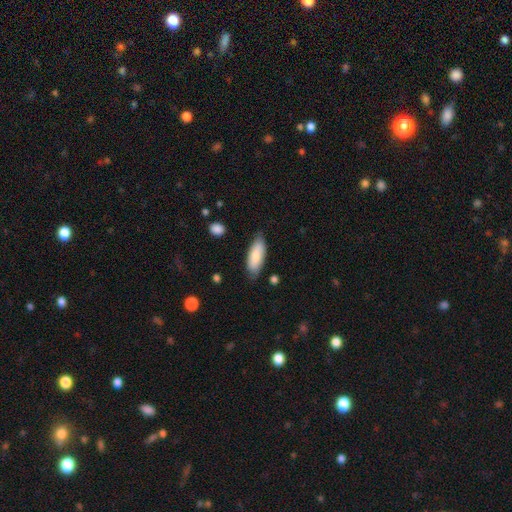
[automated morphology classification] Overall: smooth (82%). How rounded: in between (73%). Merging: none (77%).